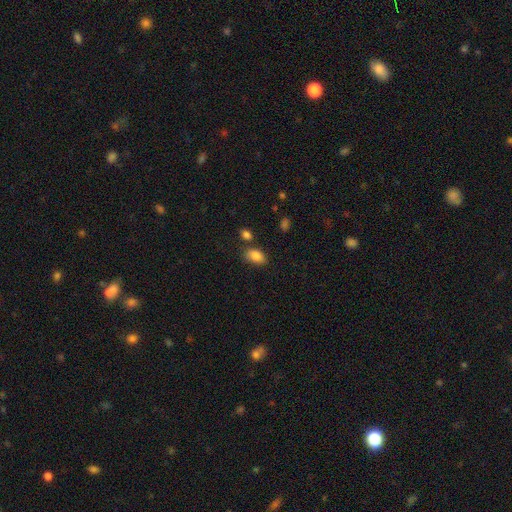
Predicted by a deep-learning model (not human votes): smooth 85%, star or artifact 8%, featured or disk 6%. Down the decision tree: how rounded — in between (89%); merging — none (72%).